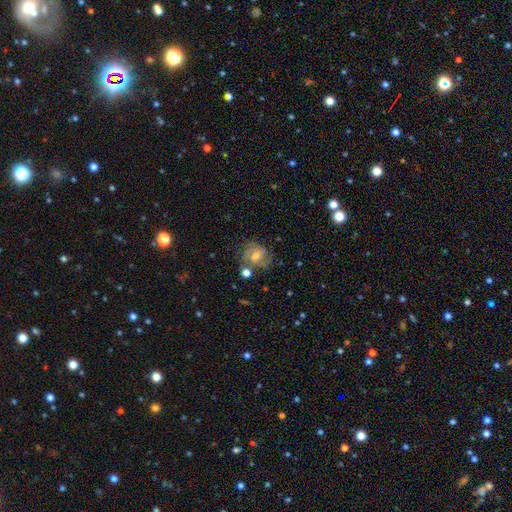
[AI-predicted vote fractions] Overall: featured or disk (53%; smooth 36%). Edge-on disk: no (97%). Bar: weak (46%; no 43%). Spiral arms: yes (77%). Bulge size: moderate (60%; small 29%). Merging: none (59%; minor disturbance 21%).